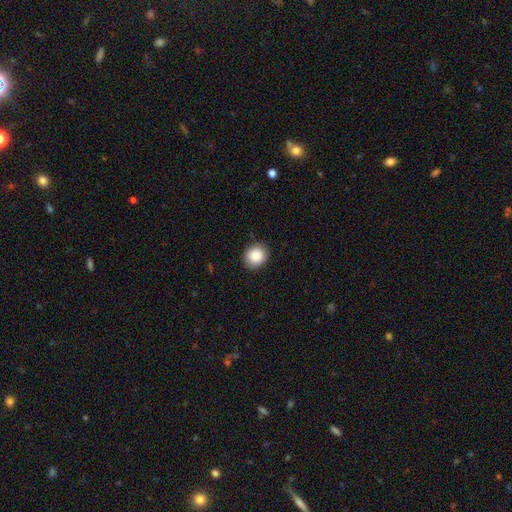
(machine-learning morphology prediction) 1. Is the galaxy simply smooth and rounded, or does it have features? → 87% smooth, 8% star or artifact, 4% featured or disk.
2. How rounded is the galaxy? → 79% round, 21% in between, 1% cigar-shaped.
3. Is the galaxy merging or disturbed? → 87% none, 10% minor disturbance, 2% major disturbance, 1% merger.